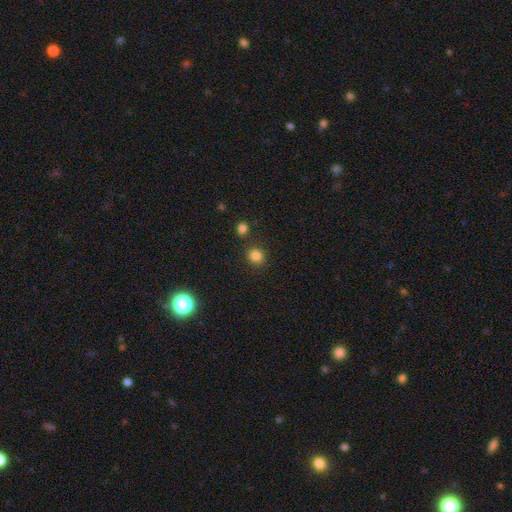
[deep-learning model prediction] Overall: smooth (83%). How rounded: round (74%). Merging: none (81%).